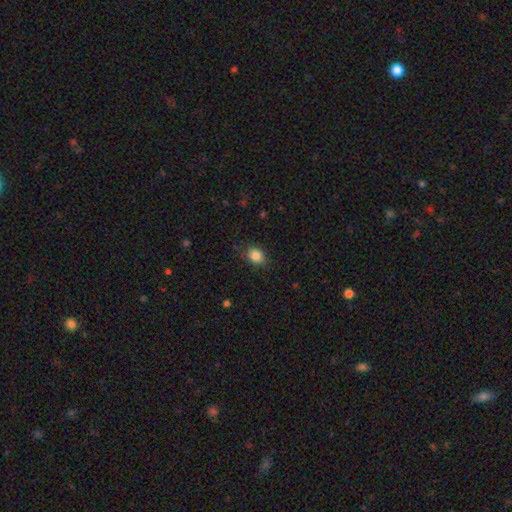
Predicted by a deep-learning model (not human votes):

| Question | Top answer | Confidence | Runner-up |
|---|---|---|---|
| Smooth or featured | smooth | 86% | star or artifact (9%) |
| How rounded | in between | 61% | round (38%) |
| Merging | none | 83% | minor disturbance (13%) |